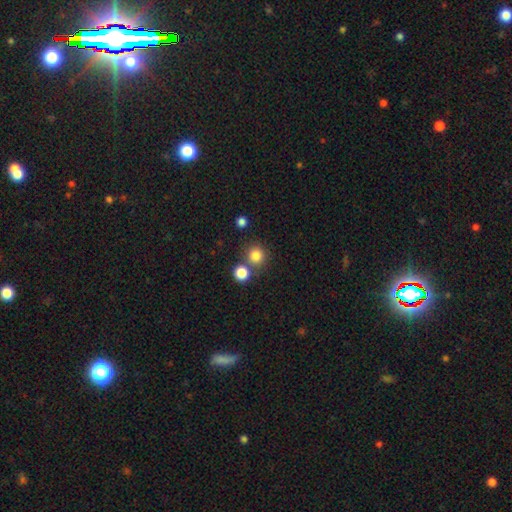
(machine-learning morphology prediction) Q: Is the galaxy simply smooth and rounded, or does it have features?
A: smooth — 81%.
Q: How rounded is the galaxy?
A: round — 92%.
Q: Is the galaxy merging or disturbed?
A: none — 73%.